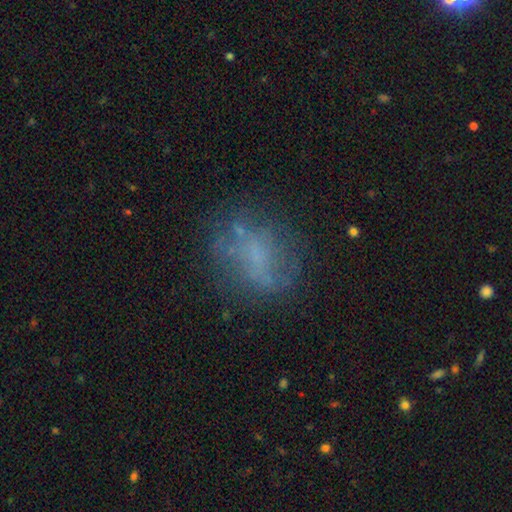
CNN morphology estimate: Smooth or featured? featured or disk (42%)
Merging? none (62%)